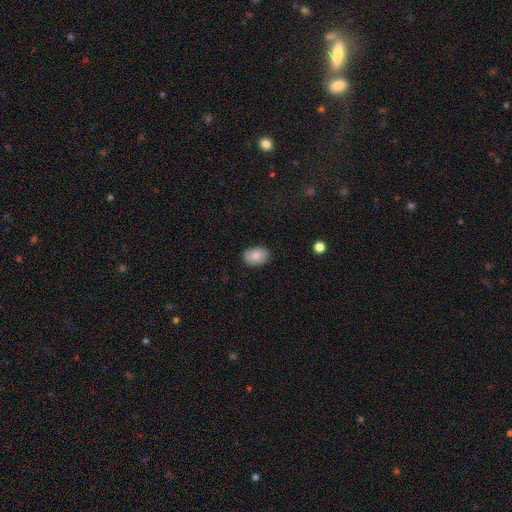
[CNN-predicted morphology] smooth_or_featured: smooth (p=0.86) [alt: featured or disk p=0.07]
how_rounded: in between (p=0.78) [alt: round p=0.21]
merging: none (p=0.86) [alt: minor disturbance p=0.11]